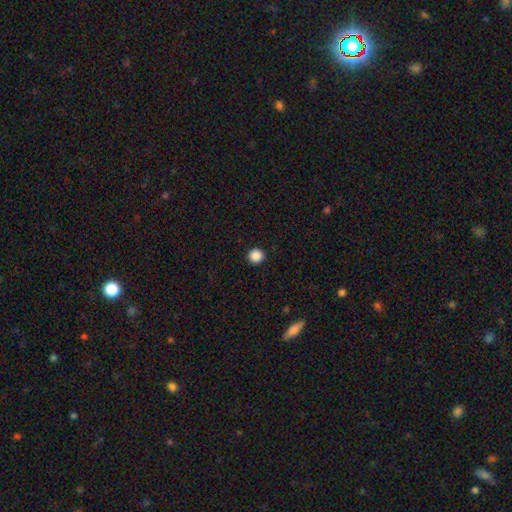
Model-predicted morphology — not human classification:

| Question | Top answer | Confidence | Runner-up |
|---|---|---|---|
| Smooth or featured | smooth | 88% | star or artifact (10%) |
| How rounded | round | 95% | in between (4%) |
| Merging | none | 93% | minor disturbance (4%) |